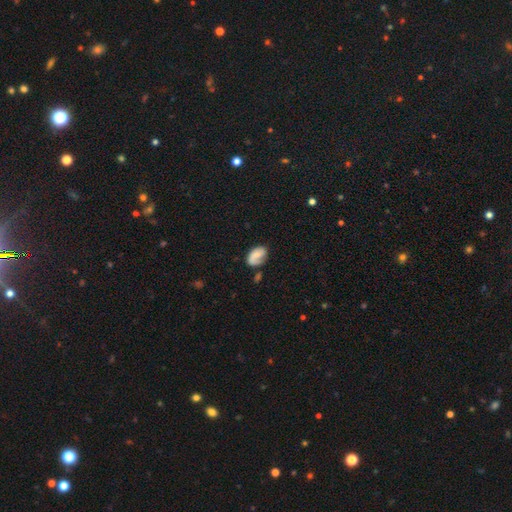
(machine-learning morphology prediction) Smooth or featured: smooth — 56% (featured or disk — 36%)
How rounded: in between — 87% (round — 11%)
Merging: none — 54% (minor disturbance — 27%)